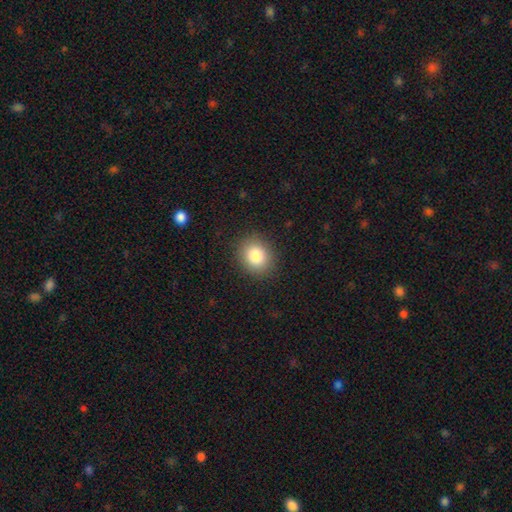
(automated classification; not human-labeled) smooth_or_featured: smooth (p=0.83) [alt: star or artifact p=0.10]
how_rounded: round (p=0.66) [alt: in between p=0.33]
merging: none (p=0.89) [alt: minor disturbance p=0.07]